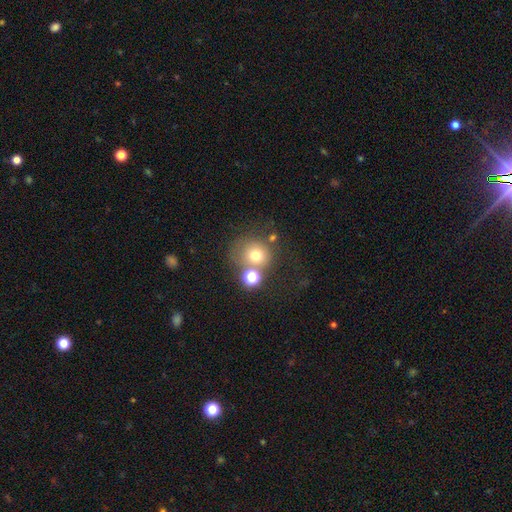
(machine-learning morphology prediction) Smooth or featured? smooth (70%)
How rounded? round (87%)
Merging? none (55%)